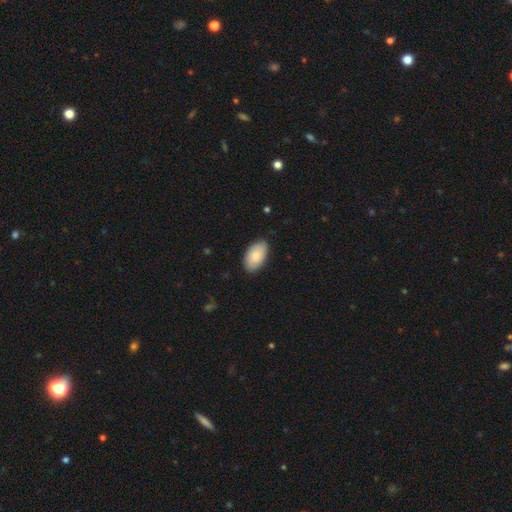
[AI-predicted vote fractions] Smooth or featured? Predicted: smooth (p=0.81). How rounded? Predicted: in between (p=0.95). Merging? Predicted: none (p=0.81).